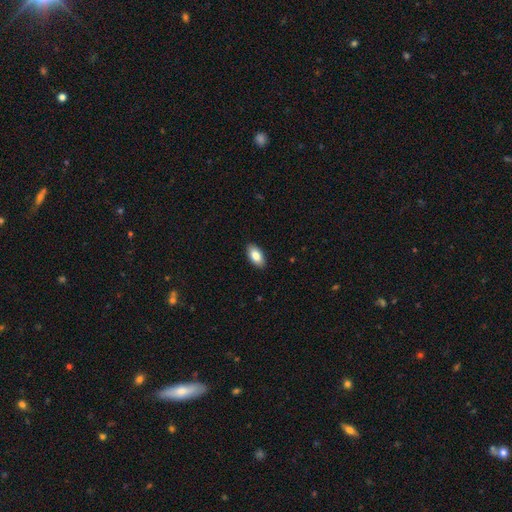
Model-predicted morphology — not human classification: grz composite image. It shows a smooth galaxy with no disk features (87%) that is in between round and cigar-shaped (94%). Merging: none (89%).